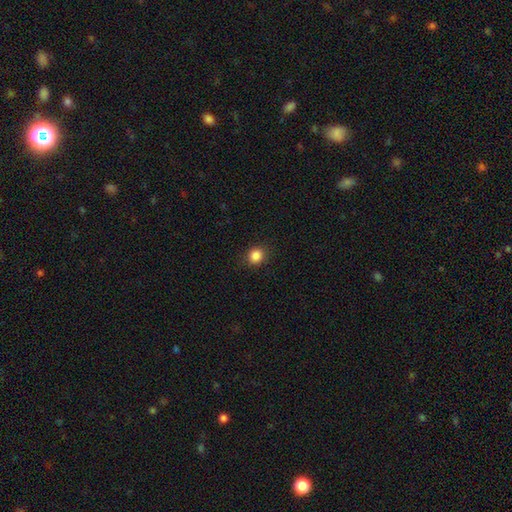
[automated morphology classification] This is clearly a smooth galaxy (86%). How rounded: clearly round (84%). Merging: clearly none (90%).